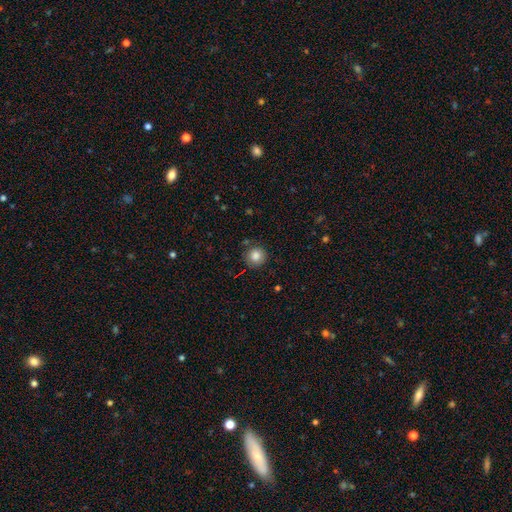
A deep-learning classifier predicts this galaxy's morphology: The model was most divided on "smooth or featured": smooth: 84%, star or artifact: 10%, featured or disk: 6%. More confident: how rounded — round (94%); merging — none (85%).